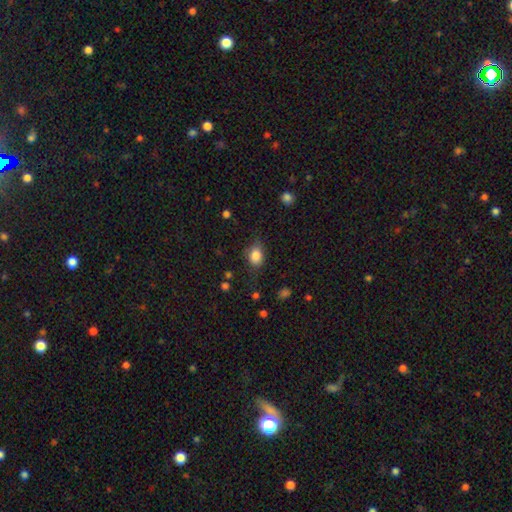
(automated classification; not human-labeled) Smooth or featured?
  - smooth: 84% *
  - star or artifact: 9%
  - featured or disk: 7%
How rounded?
  - in between: 70% *
  - round: 29%
  - cigar-shaped: 2%
Merging?
  - none: 69% *
  - minor disturbance: 23%
  - major disturbance: 7%
  - merger: 2%